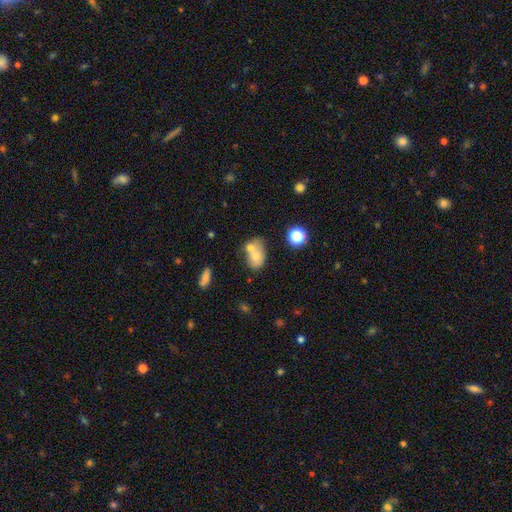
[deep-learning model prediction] This appears to be a smooth galaxy with no disk features (69%) that is in between round and cigar-shaped (80%). Merging: merger (47%).